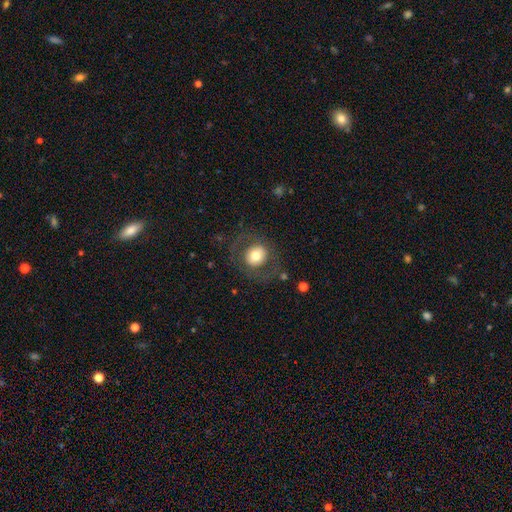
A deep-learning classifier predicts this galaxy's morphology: Smooth or featured? smooth (61%)
How rounded? round (81%)
Merging? none (76%)